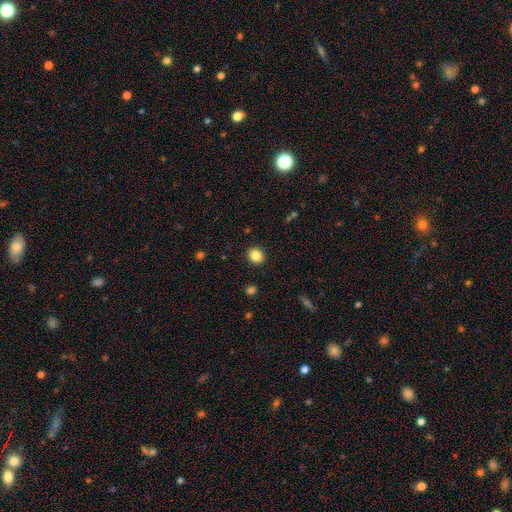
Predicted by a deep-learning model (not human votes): This is clearly a smooth galaxy (85%). How rounded: likely round (68%). Merging: clearly none (91%).